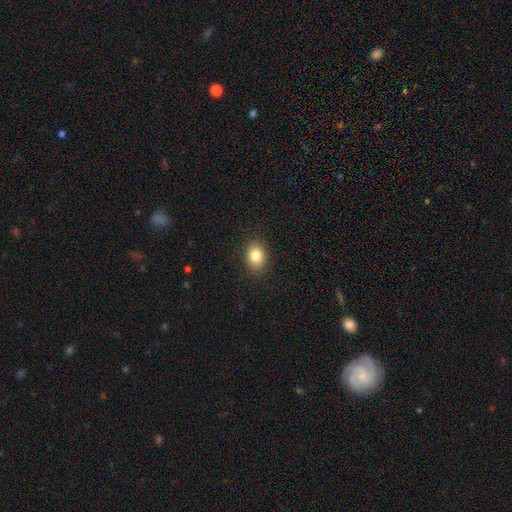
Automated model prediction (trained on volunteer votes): This appears to be a smooth galaxy with no disk features (83%) that is in between round and cigar-shaped (66%). Merging: none (88%).